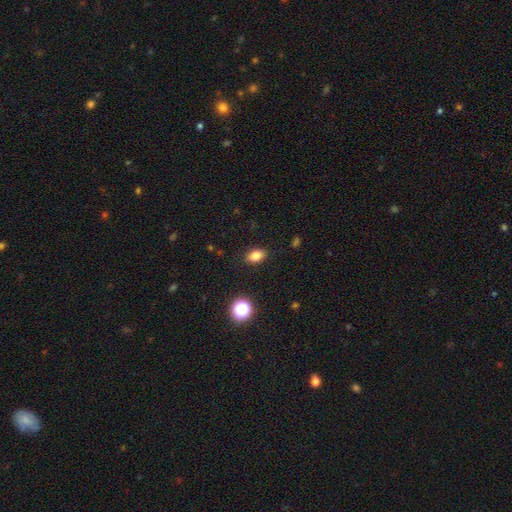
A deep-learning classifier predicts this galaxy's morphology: This appears to be a smooth galaxy with no disk features (82%) that is in between round and cigar-shaped (83%). Merging: none (87%).